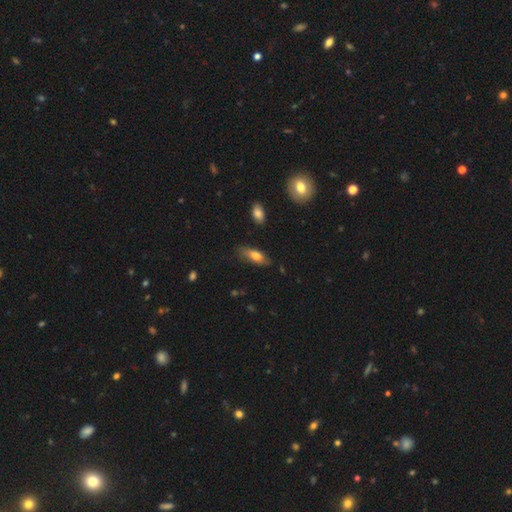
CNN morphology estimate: Smooth or featured? Predicted: smooth (p=0.74). How rounded? Predicted: in between (p=0.74). Merging? Predicted: none (p=0.73).